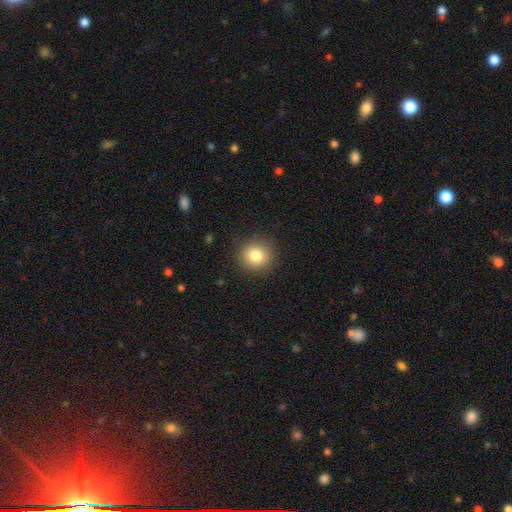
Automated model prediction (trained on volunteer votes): Morphology: type=smooth (83%); roundness=round (90%); merging=none (89%).